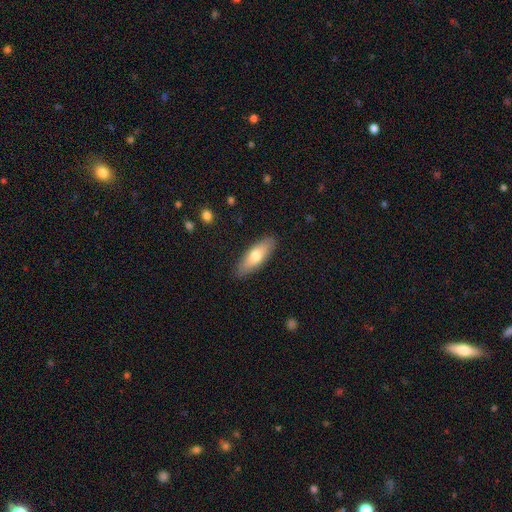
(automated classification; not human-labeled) A smooth galaxy with no disk features (69%) that is in between round and cigar-shaped (61%).

Vote fractions:
- Smooth or featured? smooth: 69% / featured or disk: 25% / star or artifact: 6%
- How rounded? in between: 61% / cigar-shaped: 37% / round: 2%
- Merging? none: 88% / minor disturbance: 9% / major disturbance: 2% / merger: 1%